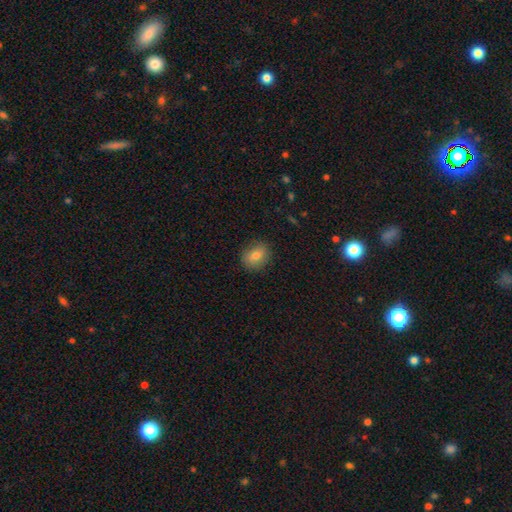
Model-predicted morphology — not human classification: This appears to be a smooth galaxy with no disk features (77%) that is round (52%). Merging: none (86%).